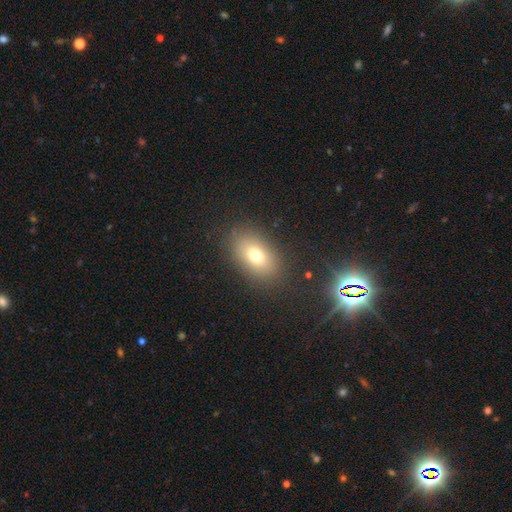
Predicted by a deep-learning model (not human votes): Overall: smooth (73%). How rounded: in between (83%). Merging: none (85%).